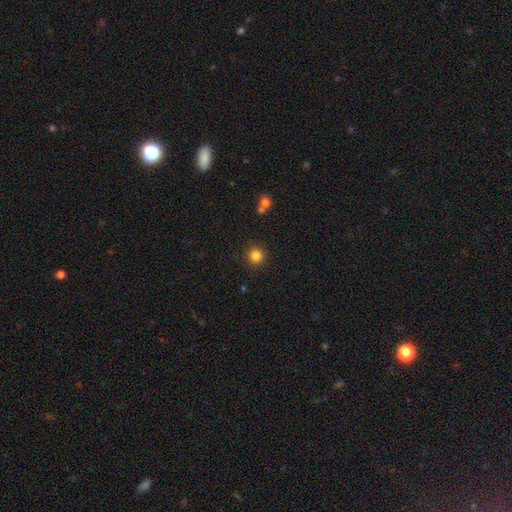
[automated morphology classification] Overall: smooth (84%). How rounded: round (94%). Merging: none (89%).